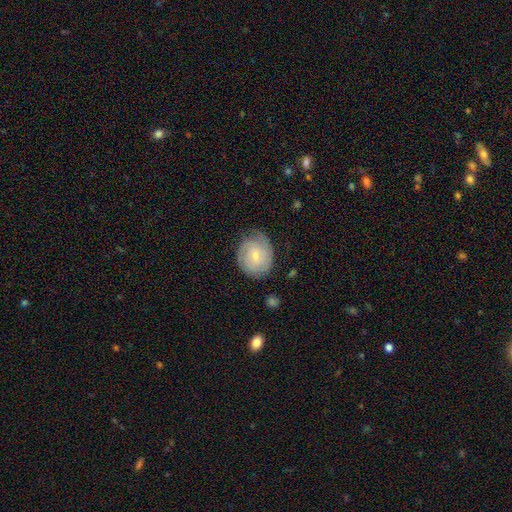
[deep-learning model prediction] Smooth or featured? Predicted: featured or disk (p=0.52). Edge-on disk? Predicted: no (p=0.97). Bar? Predicted: no (p=0.50). Spiral arms? Predicted: yes (p=0.84). Bulge size? Predicted: small (p=0.63). Merging? Predicted: none (p=0.69).